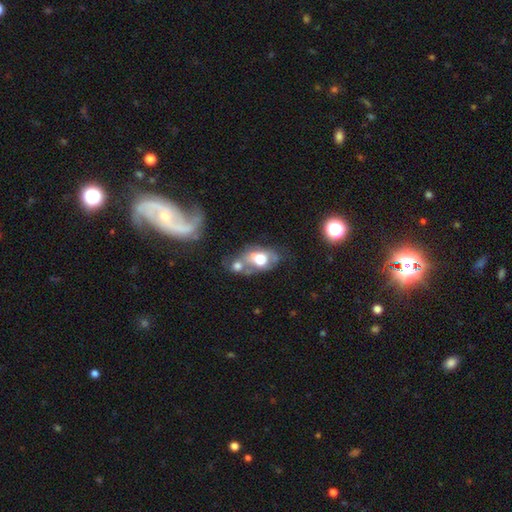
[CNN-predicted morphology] Smooth or featured?
  - featured or disk: 49% *
  - smooth: 39%
  - star or artifact: 13%
Merging?
  - none: 47% *
  - merger: 22%
  - minor disturbance: 18%
  - major disturbance: 12%